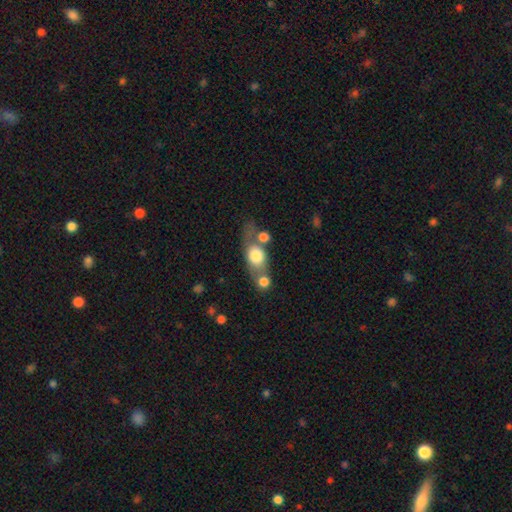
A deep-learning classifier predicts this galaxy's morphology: Smooth or featured: smooth — 68% (featured or disk — 24%)
How rounded: in between — 58% (round — 32%)
Merging: merger — 39% (none — 38%)